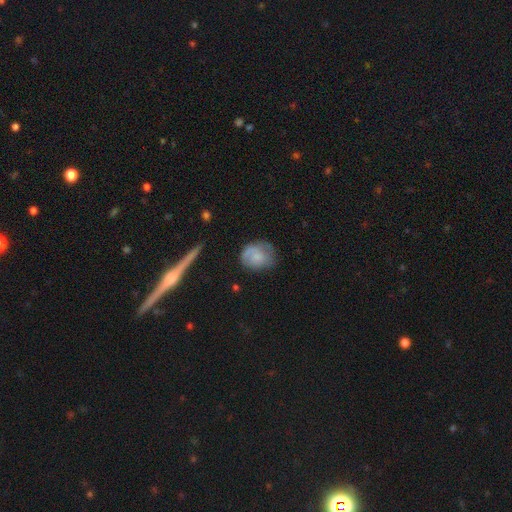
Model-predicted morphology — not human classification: Q: Smooth or featured?
A: smooth (66%); runner-up: featured or disk (27%)
Q: How rounded?
A: round (57%); runner-up: in between (41%)
Q: Merging?
A: none (56%); runner-up: minor disturbance (28%)